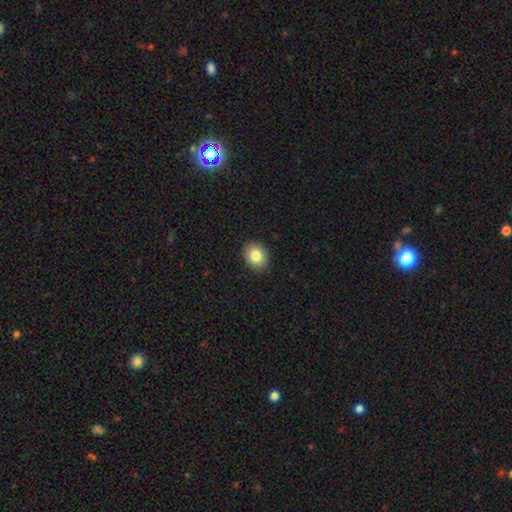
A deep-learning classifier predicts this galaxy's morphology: This appears to be a smooth galaxy with no disk features (83%) that is in between round and cigar-shaped (58%). Merging: none (89%).